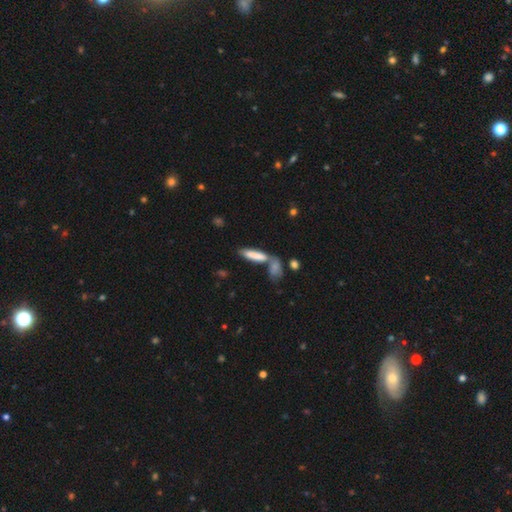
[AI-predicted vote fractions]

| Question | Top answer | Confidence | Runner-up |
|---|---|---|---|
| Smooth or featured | smooth | 79% | featured or disk (15%) |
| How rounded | cigar-shaped | 71% | in between (27%) |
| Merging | none | 50% | merger (34%) |